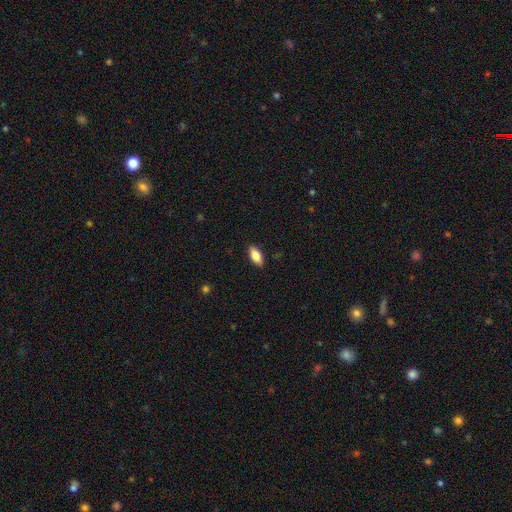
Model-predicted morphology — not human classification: Smooth or featured? Predicted: smooth (p=0.83). How rounded? Predicted: in between (p=0.88). Merging? Predicted: none (p=0.89).